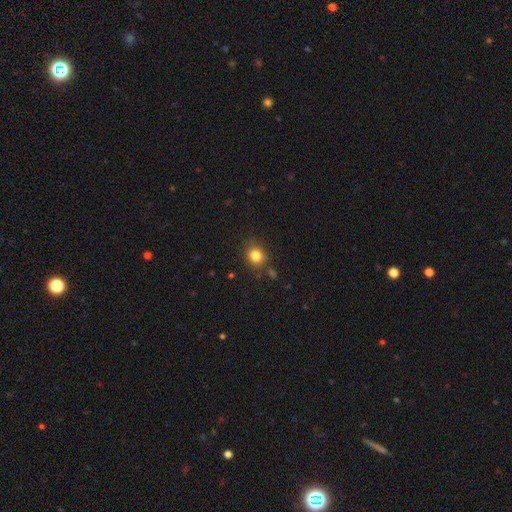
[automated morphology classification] This appears to be a smooth galaxy with no disk features (82%) that is round (75%). Merging: none (80%).